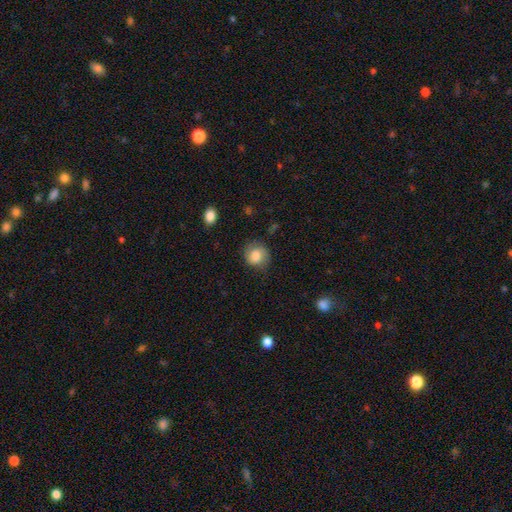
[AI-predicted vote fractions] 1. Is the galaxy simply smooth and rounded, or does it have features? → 73% smooth, 19% featured or disk, 8% star or artifact.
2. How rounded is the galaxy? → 82% round, 18% in between, 1% cigar-shaped.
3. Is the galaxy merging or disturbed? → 72% none, 20% minor disturbance, 6% major disturbance, 1% merger.